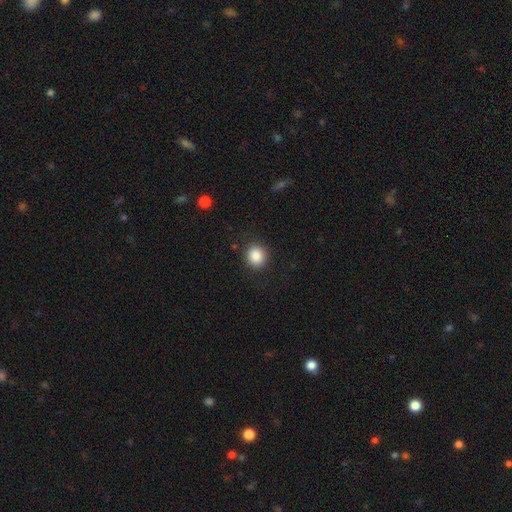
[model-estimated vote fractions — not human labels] smooth 87%, star or artifact 9%, featured or disk 4%. Down the decision tree: how rounded — round (82%); merging — none (87%).